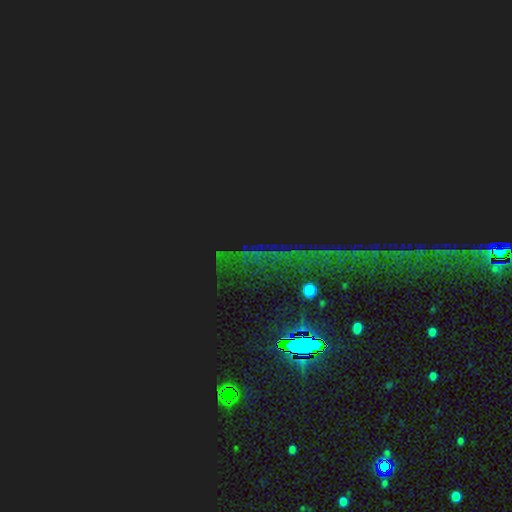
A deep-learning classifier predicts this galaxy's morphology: A star or artifact, not a galaxy (86%).

Vote fractions:
- Smooth or featured? star or artifact: 86% / featured or disk: 7% / smooth: 7%